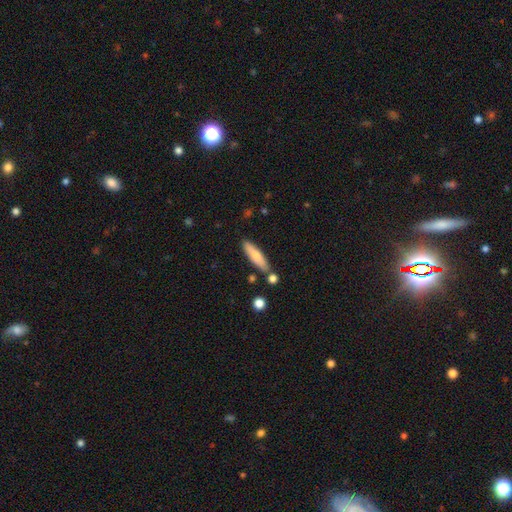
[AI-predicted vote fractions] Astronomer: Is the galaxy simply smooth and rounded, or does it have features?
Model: smooth — 72%.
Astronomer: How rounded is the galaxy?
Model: cigar-shaped — 74%.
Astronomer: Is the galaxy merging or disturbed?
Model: none — 79%.